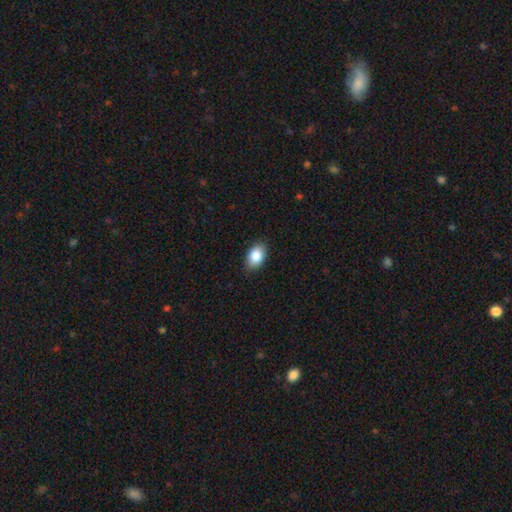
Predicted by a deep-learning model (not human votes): smooth-or-featured: smooth: 86% | star or artifact: 7% | featured or disk: 7%
  how-rounded: in between: 88% | round: 11% | cigar-shaped: 1%
  merging: none: 87% | minor disturbance: 10% | major disturbance: 2% | merger: 1%